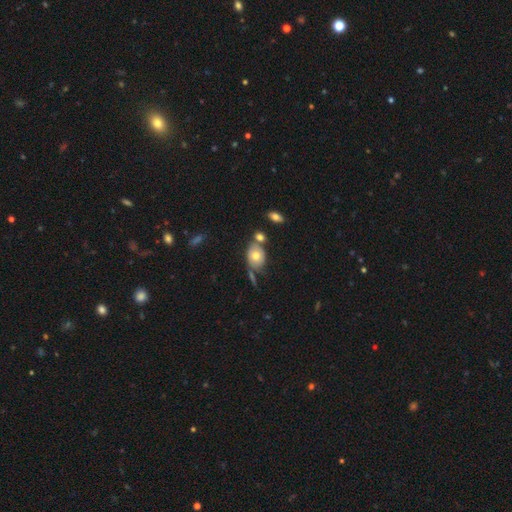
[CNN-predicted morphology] Overall: smooth (67%). How rounded: in between (73%). Merging: none (53%; merger 21%).